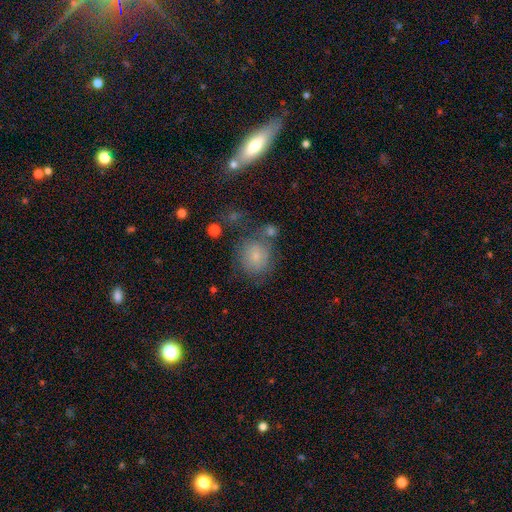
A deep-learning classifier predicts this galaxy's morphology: This appears to be a smooth galaxy with no disk features (66%) that is round (80%). Merging: none (58%).